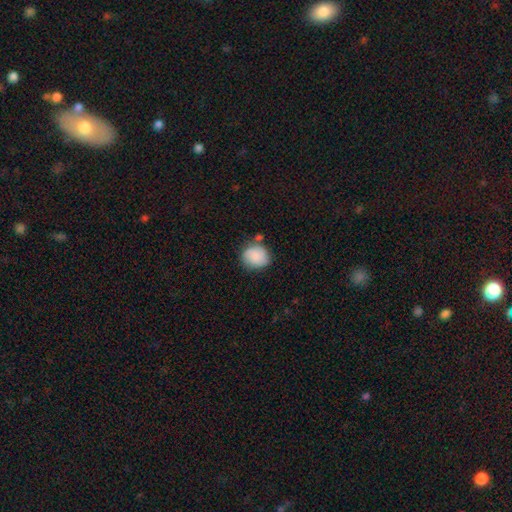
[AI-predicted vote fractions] This is clearly a smooth galaxy (83%). How rounded: likely round (73%). Merging: likely none (64%).